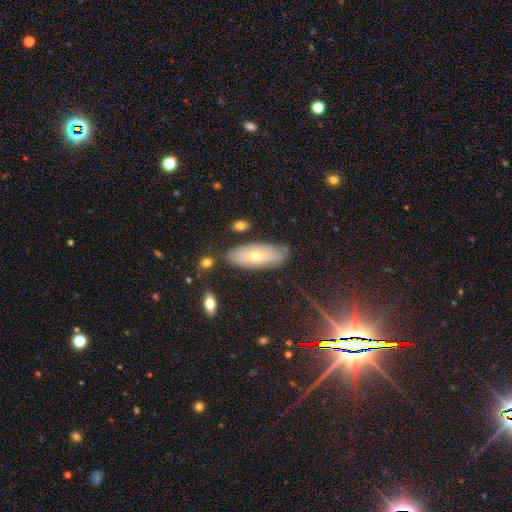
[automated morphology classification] This is possibly a featured or disk galaxy (48%). Merging: likely none (74%).